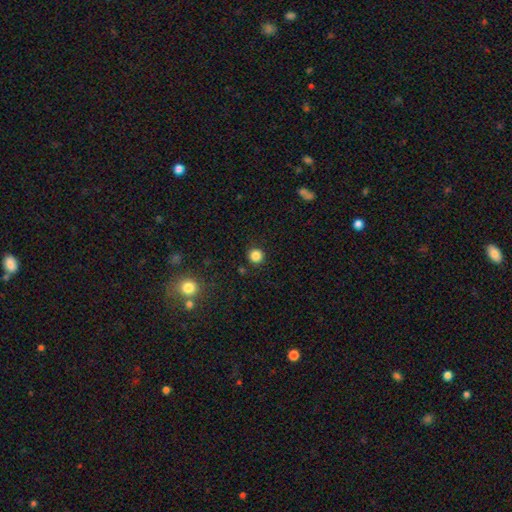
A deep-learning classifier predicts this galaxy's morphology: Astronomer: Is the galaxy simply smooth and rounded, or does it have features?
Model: smooth — 84%.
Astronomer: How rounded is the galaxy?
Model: round — 94%.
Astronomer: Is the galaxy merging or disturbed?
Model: none — 91%.